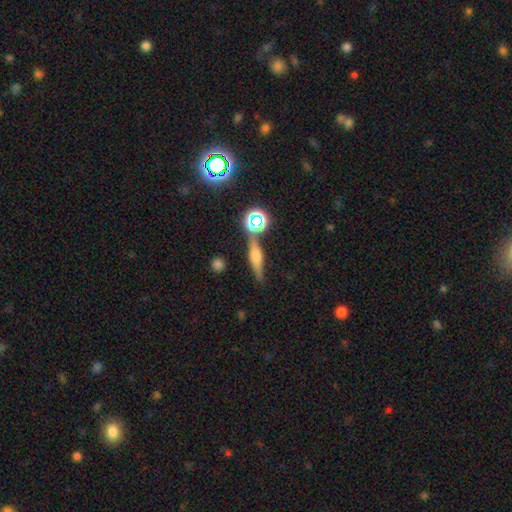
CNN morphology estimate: Smooth or featured: featured or disk — 51% (smooth — 35%)
Edge-on disk: yes — 93% (no — 7%)
Merging: none — 78% (minor disturbance — 11%)